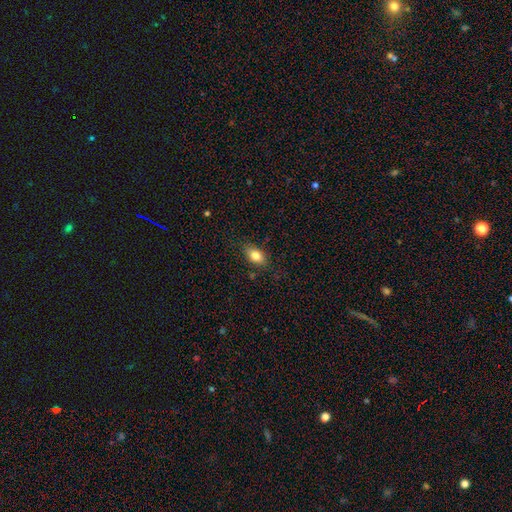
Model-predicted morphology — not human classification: Smooth or featured: smooth — 82% (featured or disk — 10%)
How rounded: in between — 87% (round — 8%)
Merging: none — 82% (minor disturbance — 13%)